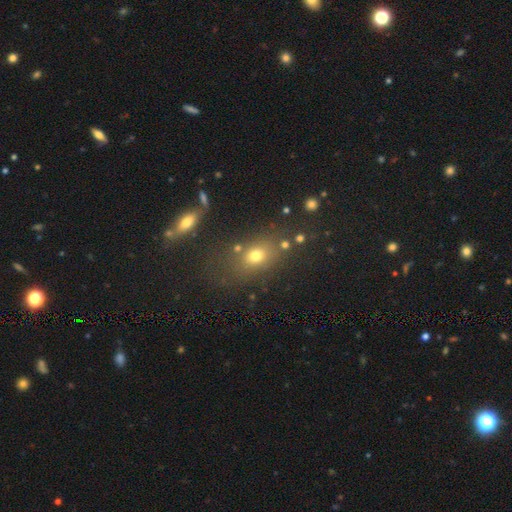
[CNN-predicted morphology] smooth 51%, star or artifact 34%, featured or disk 14%. Down the decision tree: how rounded — in between (48%); merging — none (64%).